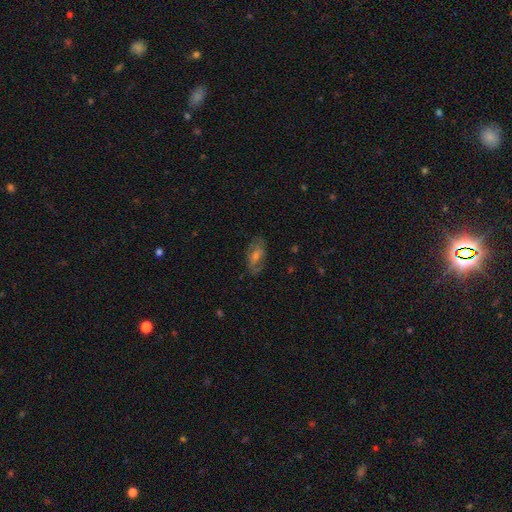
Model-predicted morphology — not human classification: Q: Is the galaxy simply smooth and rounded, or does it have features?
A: featured or disk — 51%.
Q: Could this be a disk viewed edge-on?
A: no — 87%.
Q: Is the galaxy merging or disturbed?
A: none — 75%.